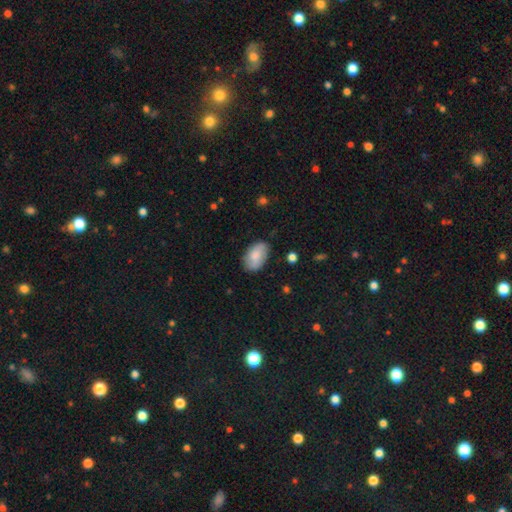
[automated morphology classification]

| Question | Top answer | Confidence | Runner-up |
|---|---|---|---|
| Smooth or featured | smooth | 76% | featured or disk (17%) |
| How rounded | in between | 92% | round (7%) |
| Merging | none | 78% | minor disturbance (17%) |